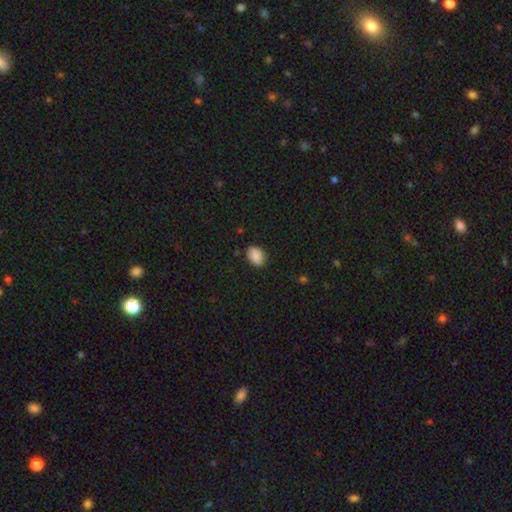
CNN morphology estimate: Smooth or featured? Predicted: smooth (p=0.89). How rounded? Predicted: in between (p=0.81). Merging? Predicted: none (p=0.84).